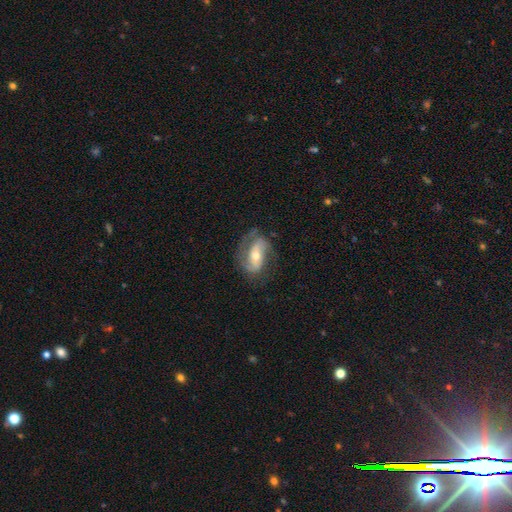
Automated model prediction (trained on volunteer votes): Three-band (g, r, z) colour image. It shows a featured or disk galaxy (72%) with no bar (37%), 2 (75%) medium (42%) spiral arms (86%) and a moderate central bulge (59%). Merging: none (62%).